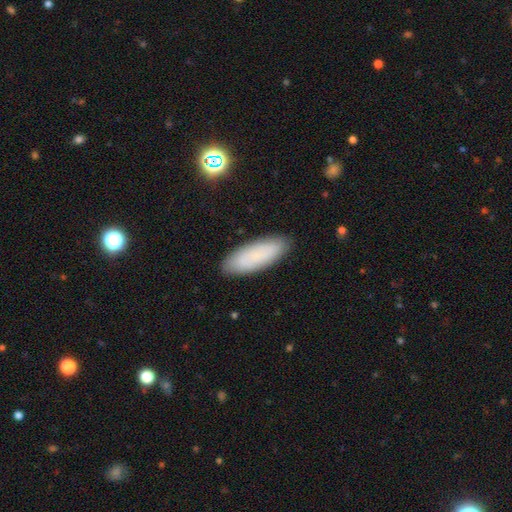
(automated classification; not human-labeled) Morphology: type=smooth (80%); roundness=in between (60%); merging=none (88%).